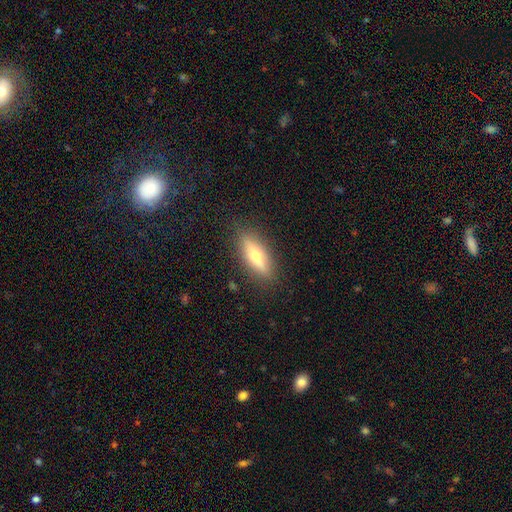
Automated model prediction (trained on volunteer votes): smooth-or-featured: featured or disk: 46% (tied) | smooth: 46% (tied) | star or artifact: 8%
  merging: none: 87% | minor disturbance: 9% | major disturbance: 2% | merger: 1%